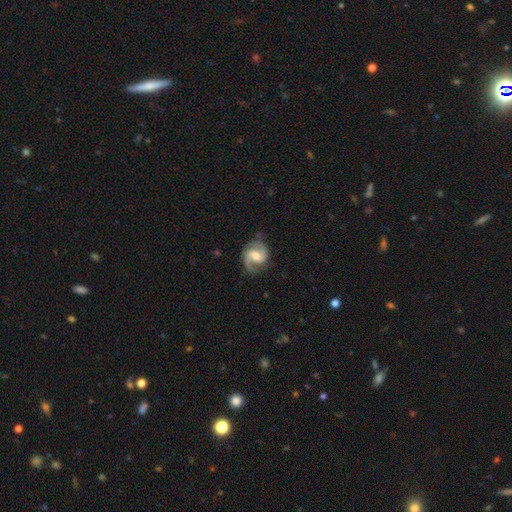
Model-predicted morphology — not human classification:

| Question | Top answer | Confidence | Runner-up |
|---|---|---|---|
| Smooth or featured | featured or disk | 87% | smooth (9%) |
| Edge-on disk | no | 98% | yes (2%) |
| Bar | weak | 51% | no (35%) |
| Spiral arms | yes | 97% | no (3%) |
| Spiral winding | medium | 56% | loose (26%) |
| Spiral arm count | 2 | 90% | 1 (3%) |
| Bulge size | moderate | 58% | small (28%) |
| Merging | none | 76% | minor disturbance (17%) |